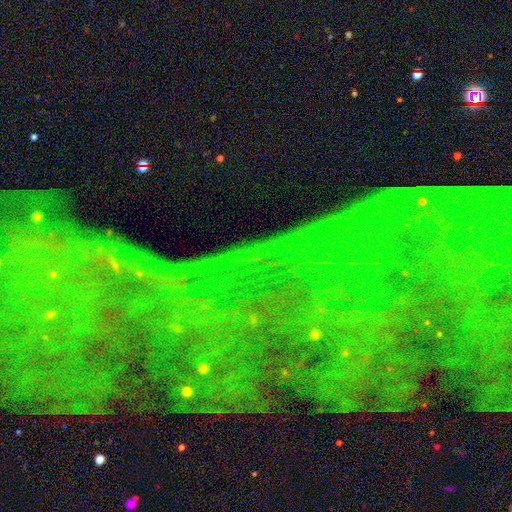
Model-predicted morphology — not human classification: type=star or artifact (84%).